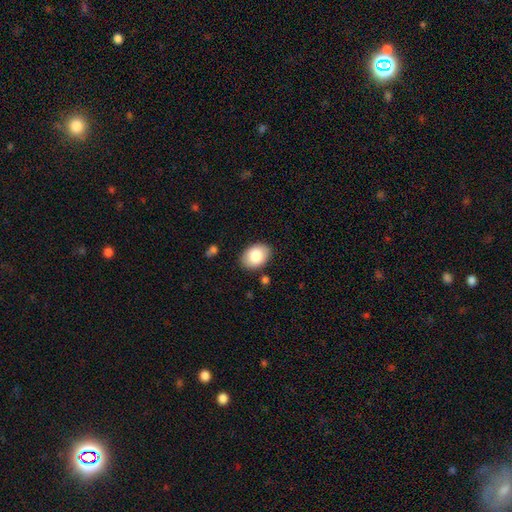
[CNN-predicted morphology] The model was most divided on "how rounded": in between: 83%, round: 16%, cigar-shaped: 1%. More confident: merging — none (85%); smooth or featured — smooth (85%).